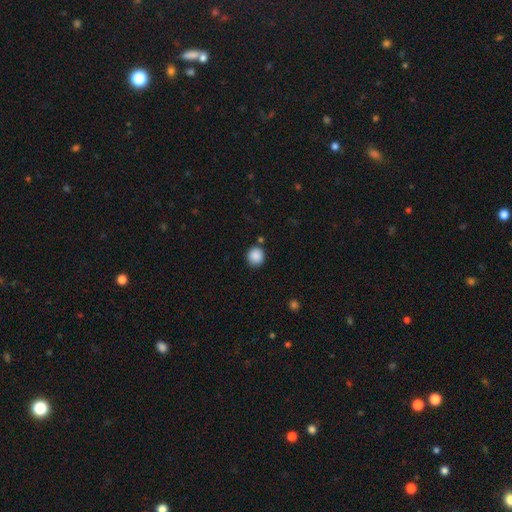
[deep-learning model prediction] This appears to be a smooth galaxy with no disk features (89%) that is round (90%). Merging: none (87%).